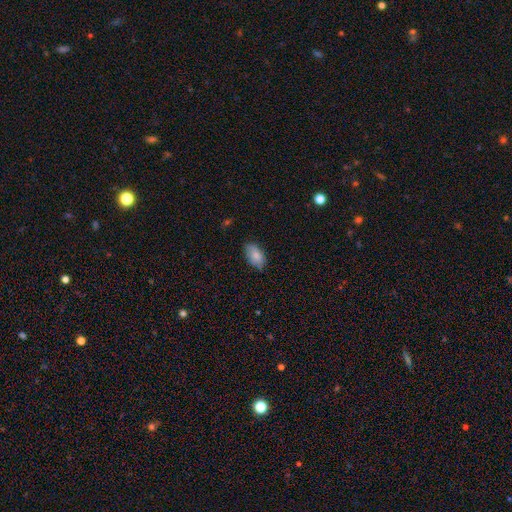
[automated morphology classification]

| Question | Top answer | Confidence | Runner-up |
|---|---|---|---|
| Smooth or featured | smooth | 82% | featured or disk (11%) |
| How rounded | in between | 93% | round (4%) |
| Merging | none | 74% | minor disturbance (22%) |